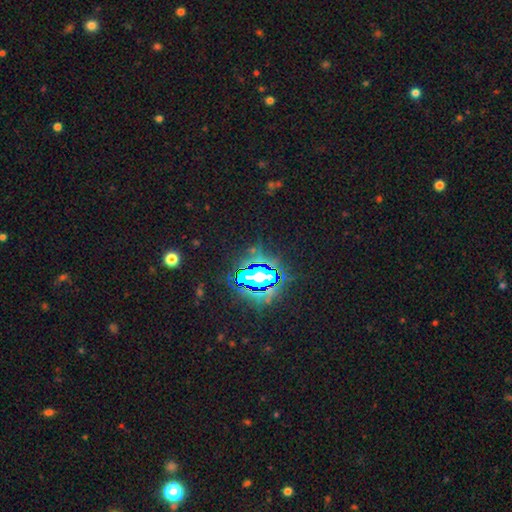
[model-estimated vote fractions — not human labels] This appears to be a star or artifact, not a galaxy (79%).